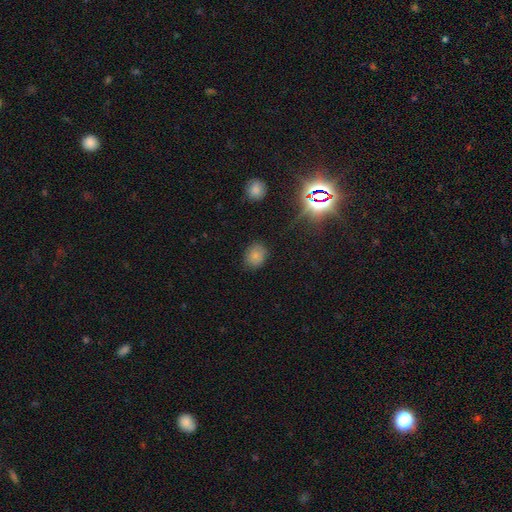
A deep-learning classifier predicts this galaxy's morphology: This is likely a smooth galaxy (78%). How rounded: possibly round (53%). Merging: clearly none (83%).